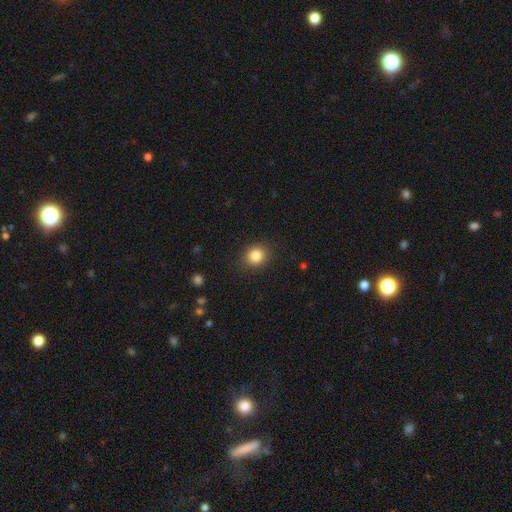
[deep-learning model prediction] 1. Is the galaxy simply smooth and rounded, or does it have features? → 84% smooth, 11% star or artifact, 6% featured or disk.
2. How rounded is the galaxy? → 76% round, 23% in between, 1% cigar-shaped.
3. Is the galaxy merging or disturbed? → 89% none, 8% minor disturbance, 3% major disturbance, 1% merger.